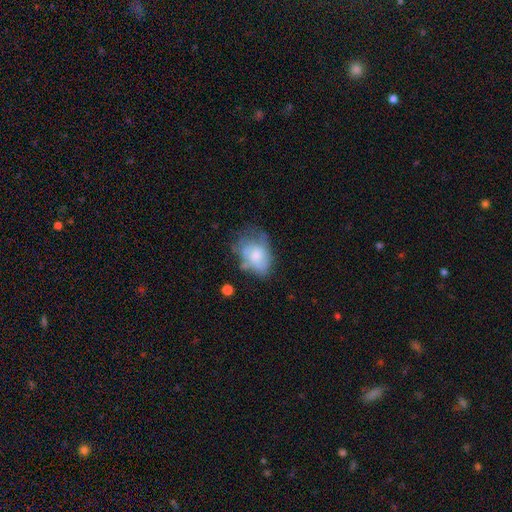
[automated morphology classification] Smooth or featured: smooth — 51% (featured or disk — 40%)
How rounded: in between — 74% (round — 25%)
Merging: none — 33% (minor disturbance — 32%)